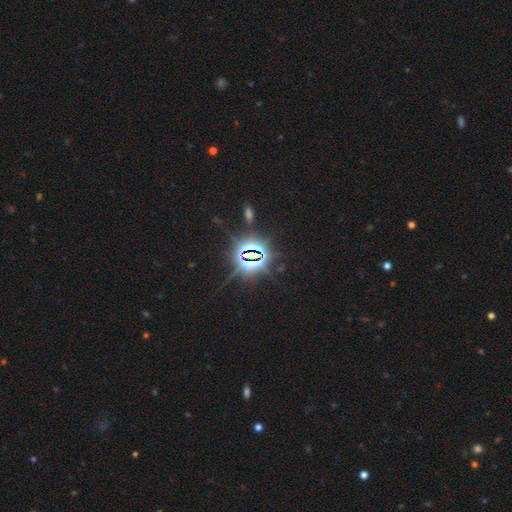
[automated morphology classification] Smooth or featured? star or artifact (84%)